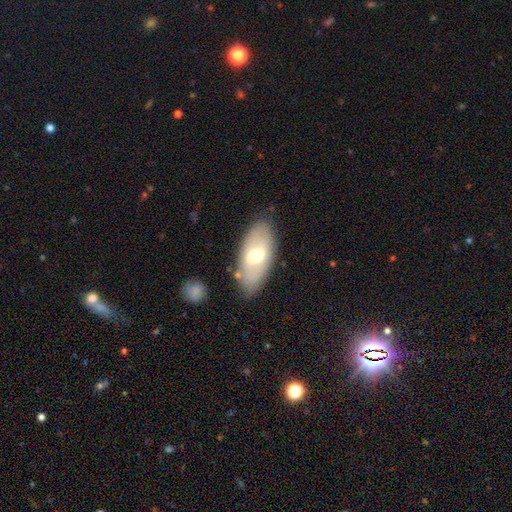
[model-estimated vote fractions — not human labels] The model was most divided on "smooth or featured": smooth: 50%, featured or disk: 43%, star or artifact: 6%. More confident: how rounded — in between (91%); merging — none (79%).